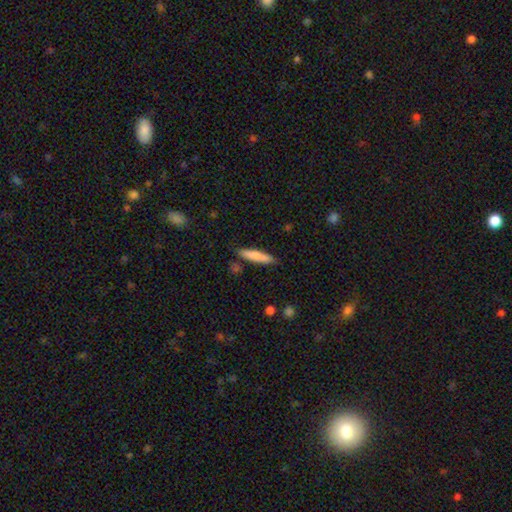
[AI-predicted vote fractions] Morphology: type=smooth (79%); roundness=cigar-shaped (86%); merging=none (85%).